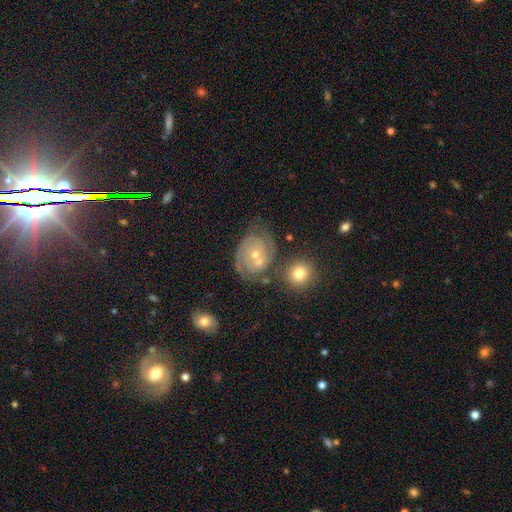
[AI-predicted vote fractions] Overall: featured or disk (81%). Edge-on disk: no (98%). Bar: no (75%). Spiral arms: yes (94%). Spiral arm count: 2 (69%). Spiral winding: tight (68%). Bulge size: small (56%; moderate 40%). Merging: none (60%).